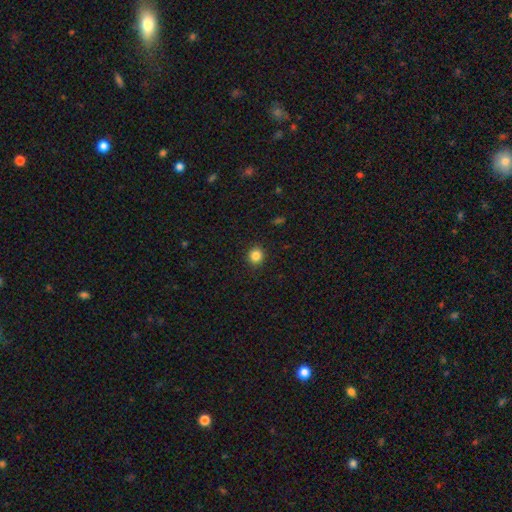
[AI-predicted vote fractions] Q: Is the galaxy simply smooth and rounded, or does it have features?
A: smooth — 84%.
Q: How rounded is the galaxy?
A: round — 89%.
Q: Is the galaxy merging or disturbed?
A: none — 92%.